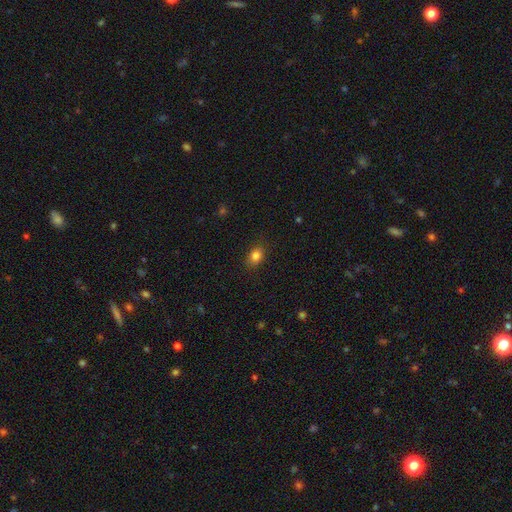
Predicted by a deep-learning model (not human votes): smooth 83%, star or artifact 11%, featured or disk 6%. Down the decision tree: how rounded — in between (63%); merging — none (86%).